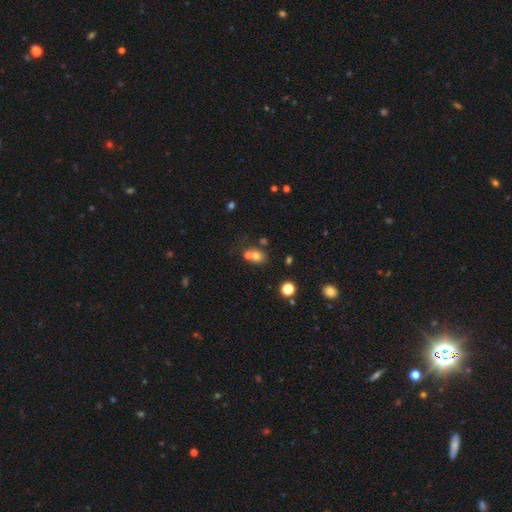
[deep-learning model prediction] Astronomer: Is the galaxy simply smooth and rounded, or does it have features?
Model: smooth — 68%.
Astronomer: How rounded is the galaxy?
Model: round — 61% (runner-up: in between, 38%).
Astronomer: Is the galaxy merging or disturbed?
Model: none — 46% (runner-up: merger, 39%).